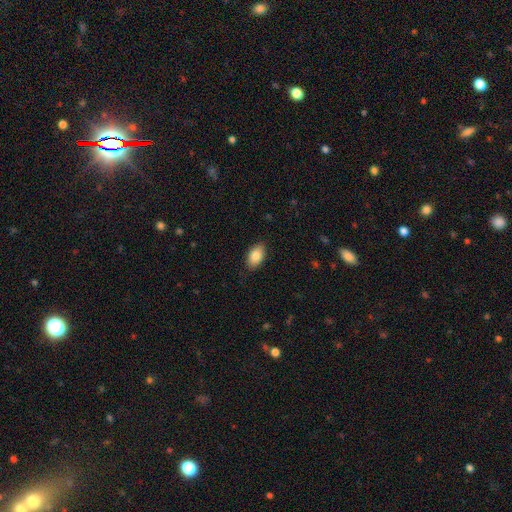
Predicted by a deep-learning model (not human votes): Smooth or featured?
  - smooth: 86% *
  - featured or disk: 7%
  - star or artifact: 7%
How rounded?
  - in between: 92% *
  - round: 6%
  - cigar-shaped: 2%
Merging?
  - none: 86% *
  - minor disturbance: 10%
  - major disturbance: 2%
  - merger: 1%